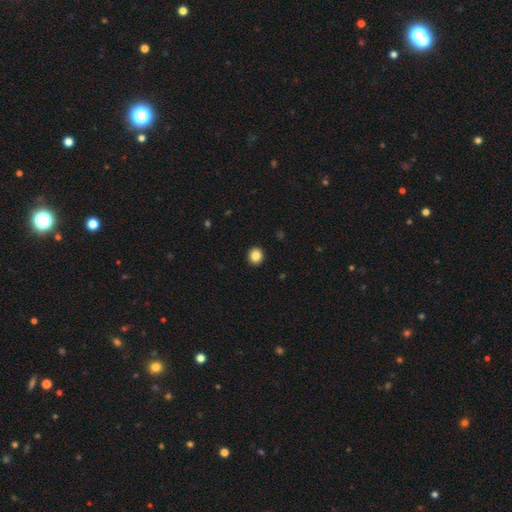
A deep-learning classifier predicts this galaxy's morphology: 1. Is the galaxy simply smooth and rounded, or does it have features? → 85% smooth, 10% star or artifact, 5% featured or disk.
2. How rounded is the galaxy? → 87% round, 12% in between, 1% cigar-shaped.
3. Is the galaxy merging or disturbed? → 93% none, 4% minor disturbance, 1% major disturbance, 1% merger.